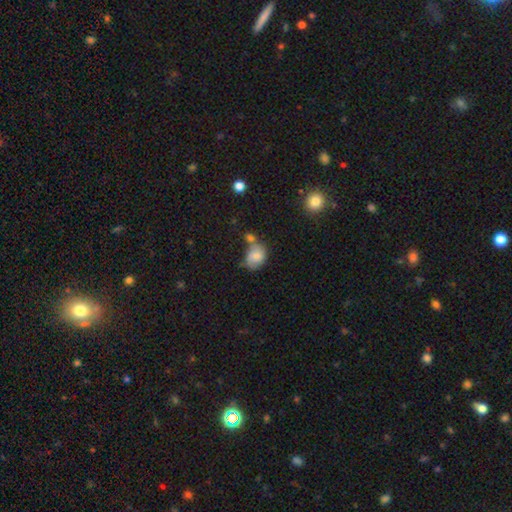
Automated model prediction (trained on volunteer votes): A smooth galaxy with no disk features (73%) that is in between round and cigar-shaped (60%). Merging: none (37%).